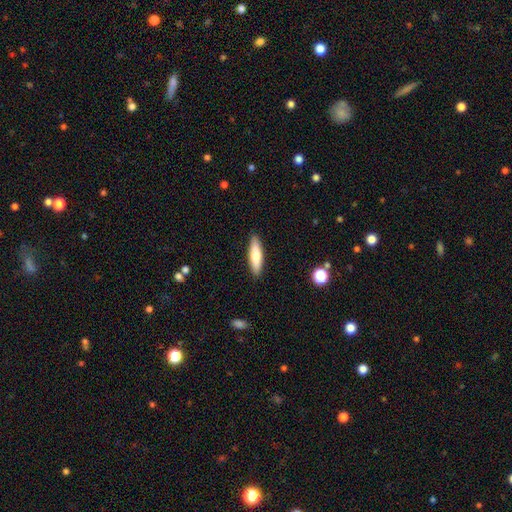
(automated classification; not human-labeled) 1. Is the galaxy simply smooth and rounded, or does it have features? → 71% smooth, 23% featured or disk, 6% star or artifact.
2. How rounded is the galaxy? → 70% cigar-shaped, 29% in between, 2% round.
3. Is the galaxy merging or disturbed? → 89% none, 8% minor disturbance, 2% major disturbance, 1% merger.